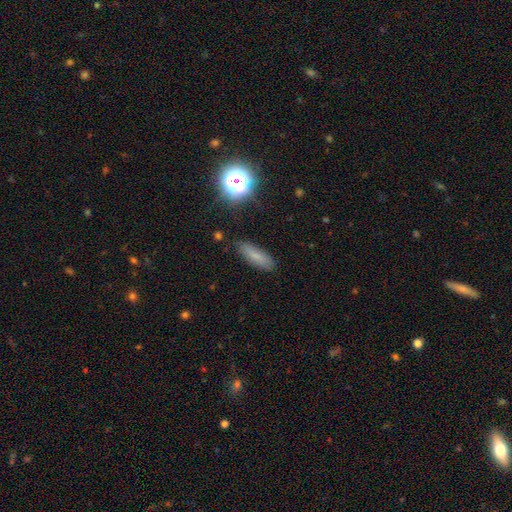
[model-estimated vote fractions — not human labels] The model was most divided on "how rounded": in between: 48%, cigar-shaped: 47%, round: 4%. More confident: merging — none (83%); smooth or featured — smooth (73%).